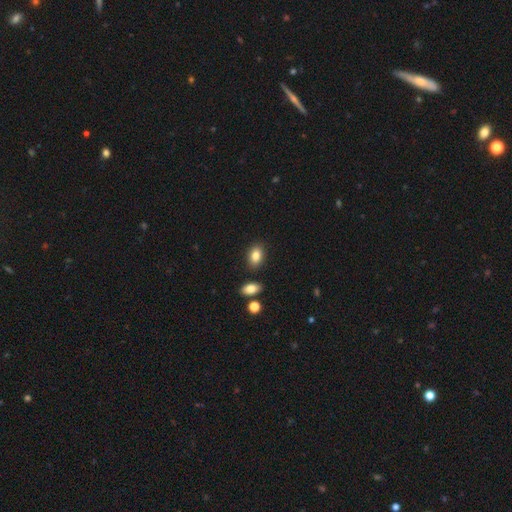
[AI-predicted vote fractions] The model was most divided on "how rounded": in between: 83%, round: 15%, cigar-shaped: 2%. More confident: smooth or featured — smooth (84%); merging — none (84%).